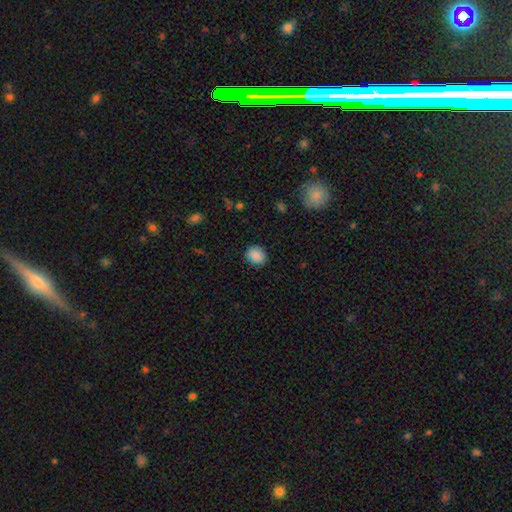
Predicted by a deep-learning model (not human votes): The model was most divided on "how rounded": round: 70%, in between: 29%, cigar-shaped: 1%. More confident: smooth or featured — smooth (87%); merging — none (83%).